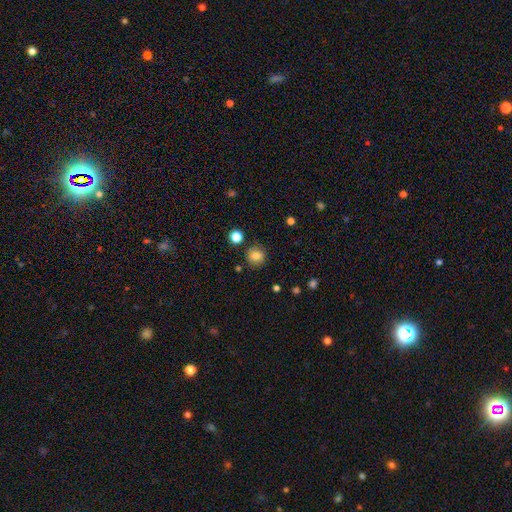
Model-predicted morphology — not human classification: smooth 81%, star or artifact 12%, featured or disk 7%. Down the decision tree: how rounded — round (85%); merging — none (84%).